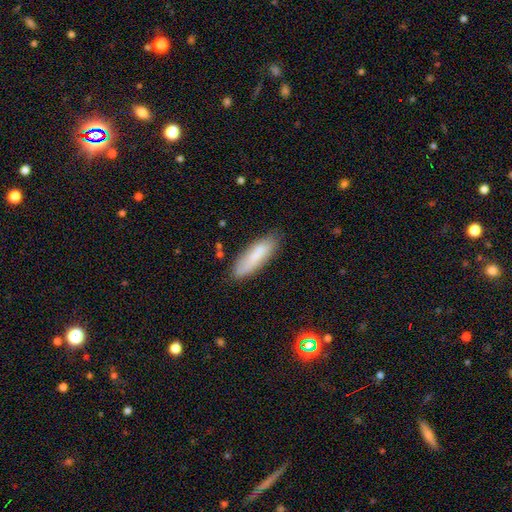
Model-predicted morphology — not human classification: Smooth or featured?
  - smooth: 79% *
  - featured or disk: 14%
  - star or artifact: 7%
How rounded?
  - cigar-shaped: 54% *
  - in between: 44%
  - round: 2%
Merging?
  - none: 80% *
  - minor disturbance: 15%
  - major disturbance: 3%
  - merger: 2%